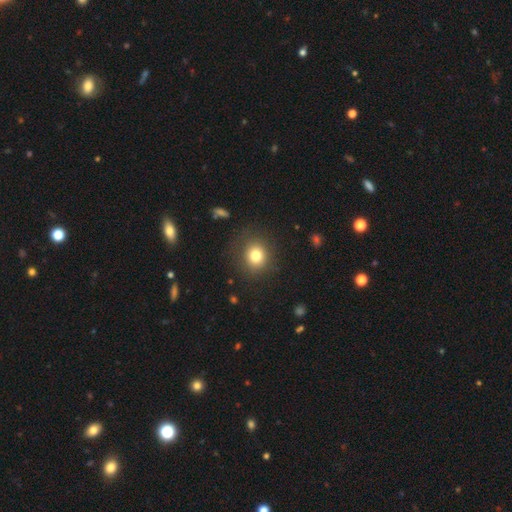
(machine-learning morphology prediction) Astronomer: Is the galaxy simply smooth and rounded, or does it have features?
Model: smooth — 78%.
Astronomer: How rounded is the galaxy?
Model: round — 83%.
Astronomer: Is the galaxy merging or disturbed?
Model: none — 83%.